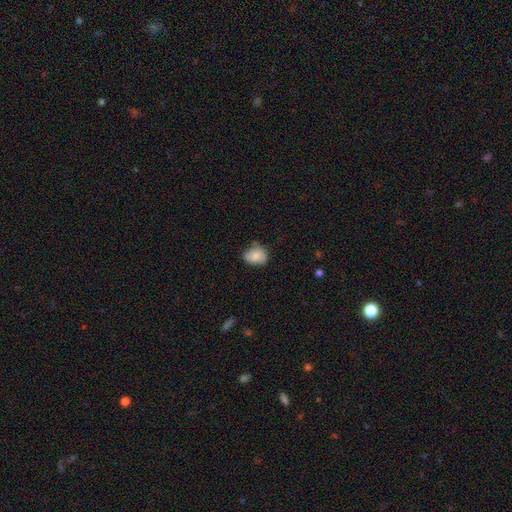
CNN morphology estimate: A smooth galaxy with no disk features (78%) that is in between round and cigar-shaped (56%). Merging: none (65%).